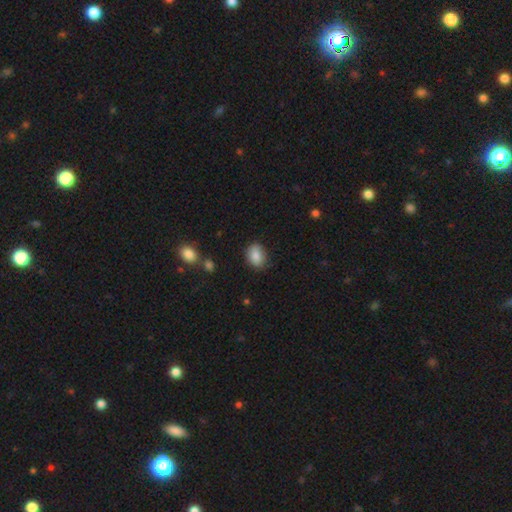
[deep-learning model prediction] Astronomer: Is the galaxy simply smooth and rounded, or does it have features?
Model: smooth — 86%.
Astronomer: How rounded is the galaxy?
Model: in between — 74%.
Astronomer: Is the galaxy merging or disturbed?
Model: none — 80%.